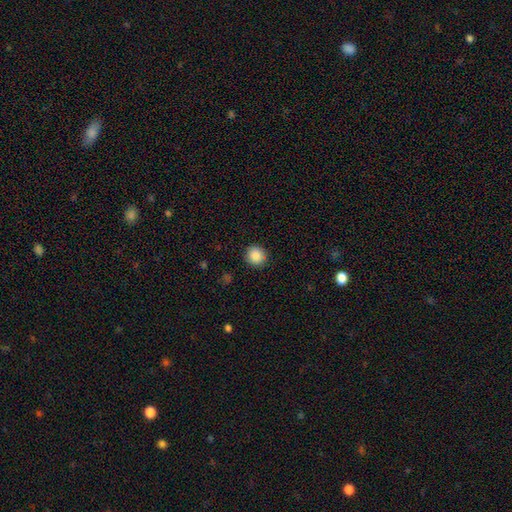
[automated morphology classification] Smooth or featured? smooth (87%)
How rounded? round (92%)
Merging? none (91%)